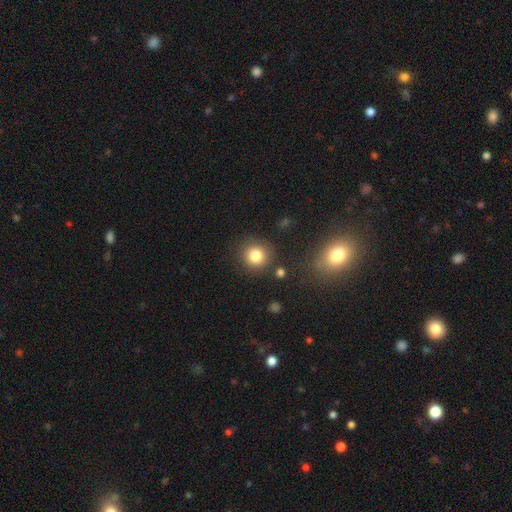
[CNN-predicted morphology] type=smooth (81%); roundness=round (92%); merging=none (85%).